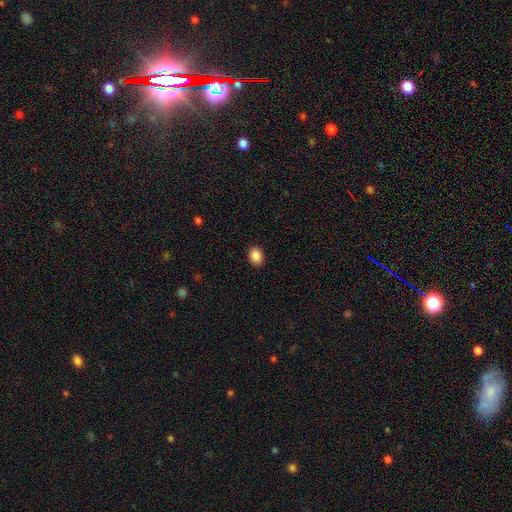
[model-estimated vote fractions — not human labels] This appears to be a smooth galaxy with no disk features (88%) that is in between round and cigar-shaped (65%). Merging: none (90%).